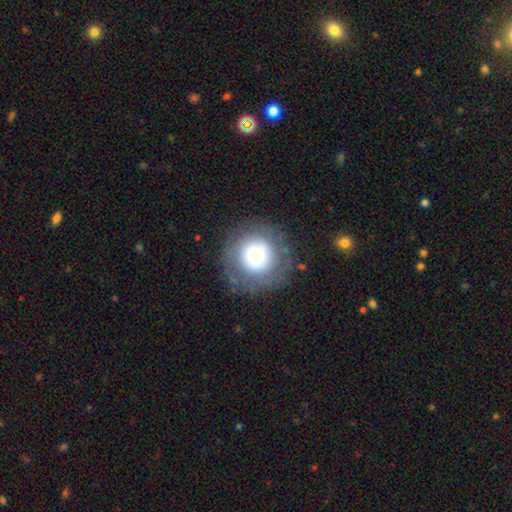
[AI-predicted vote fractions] The model was most divided on "smooth or featured": smooth: 65%, featured or disk: 25%, star or artifact: 10%. More confident: how rounded — round (94%); merging — none (81%).